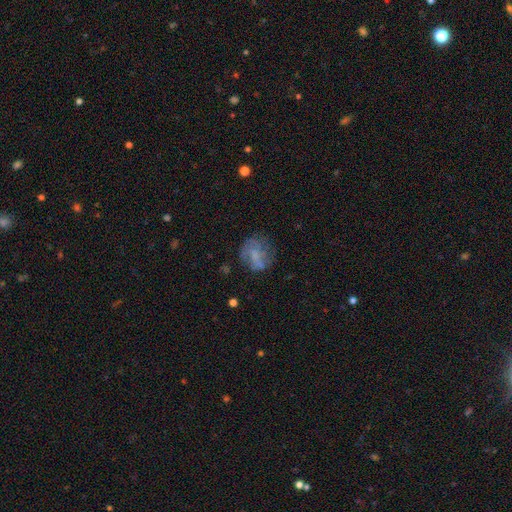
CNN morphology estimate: Smooth or featured?
  - featured or disk: 47% *
  - smooth: 41%
  - star or artifact: 12%
Merging?
  - none: 58% *
  - minor disturbance: 21%
  - major disturbance: 18%
  - merger: 3%